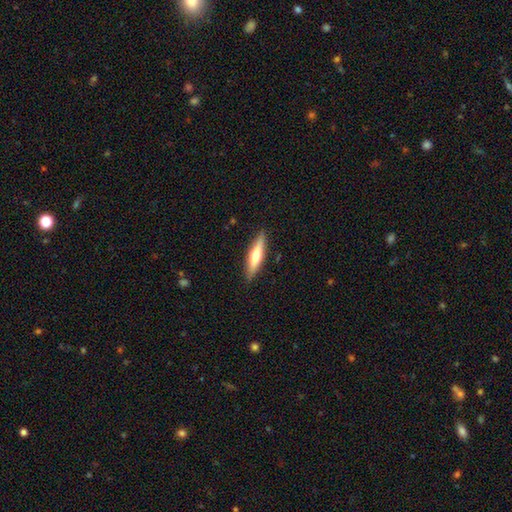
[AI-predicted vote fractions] Smooth or featured? featured or disk (48%)
Merging? none (88%)